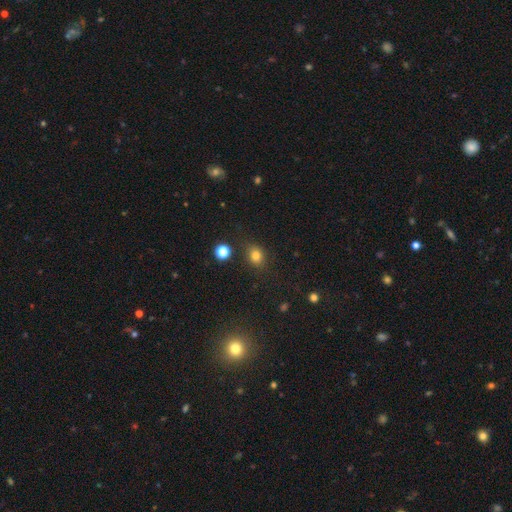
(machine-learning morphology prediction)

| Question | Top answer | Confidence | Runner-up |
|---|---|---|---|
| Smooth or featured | smooth | 80% | star or artifact (14%) |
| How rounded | round | 61% | in between (38%) |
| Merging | none | 81% | minor disturbance (12%) |